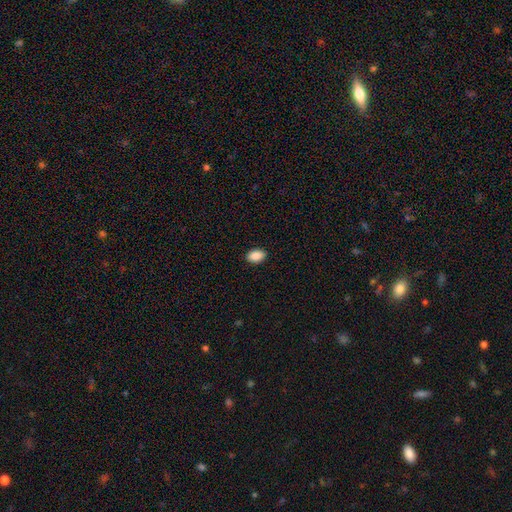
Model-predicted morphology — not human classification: smooth 89%, star or artifact 7%, featured or disk 4%. Down the decision tree: how rounded — in between (88%); merging — none (90%).